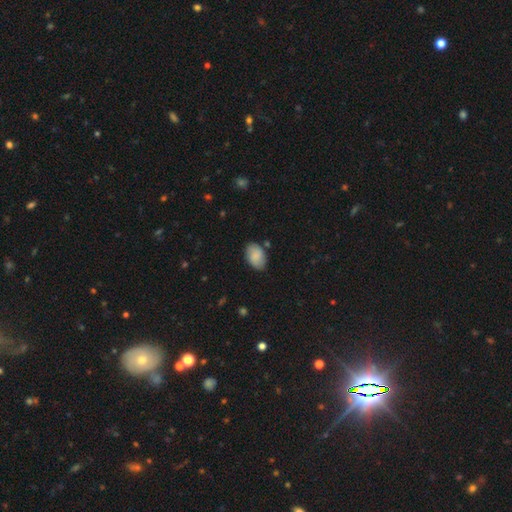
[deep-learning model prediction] This is likely a smooth galaxy (79%). How rounded: clearly in between (89%). Merging: likely none (76%).